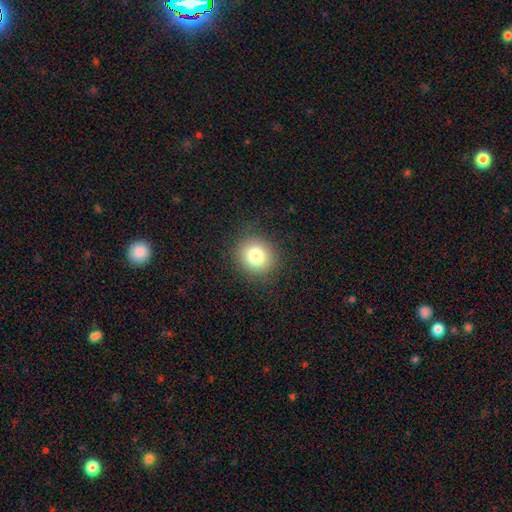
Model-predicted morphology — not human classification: This appears to be a smooth galaxy with no disk features (80%) that is round (87%). Merging: none (89%).